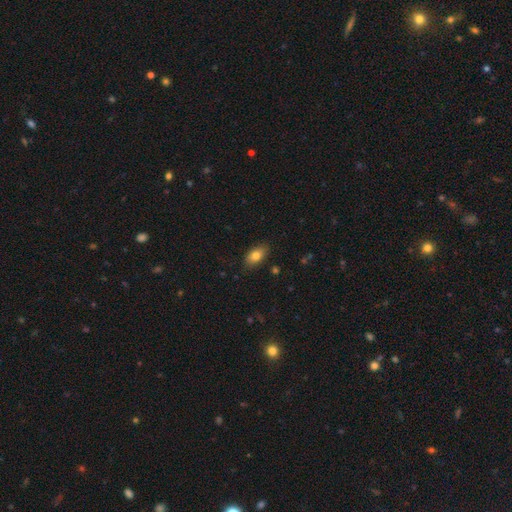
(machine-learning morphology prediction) The model was most divided on "smooth or featured": smooth: 79%, featured or disk: 13%, star or artifact: 8%. More confident: how rounded — in between (88%); merging — none (85%).